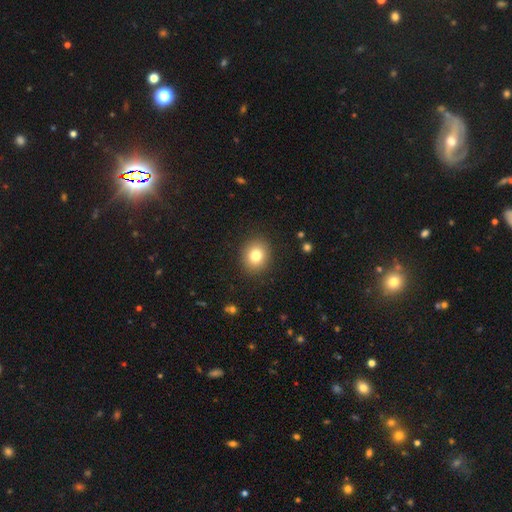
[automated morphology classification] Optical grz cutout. It shows a smooth galaxy with no disk features (79%) that is round (71%). Merging: none (90%).